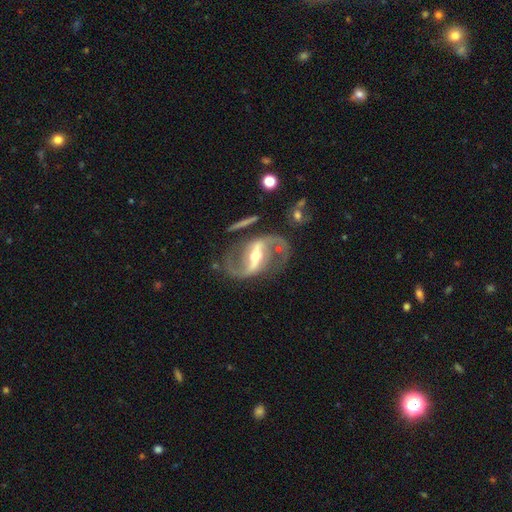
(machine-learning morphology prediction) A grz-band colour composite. It shows a featured or disk galaxy (92%) with a strong bar (68%), 2 (93%) medium (46%) spiral arms (97%) and a moderate central bulge (54%). Merging: none (74%).